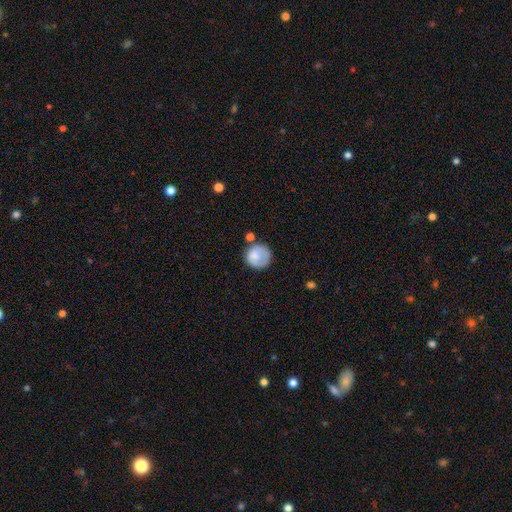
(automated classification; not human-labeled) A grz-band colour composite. It shows a smooth galaxy with no disk features (76%) that is round (89%). Merging: none (64%).